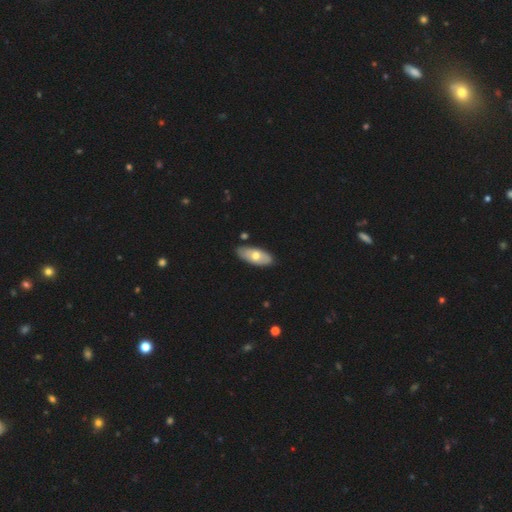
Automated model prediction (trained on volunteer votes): smooth-or-featured: smooth: 58% | featured or disk: 37% | star or artifact: 5%
  how-rounded: in between: 87% | cigar-shaped: 10% | round: 3%
  merging: none: 84% | minor disturbance: 11% | merger: 2% | major disturbance: 2%